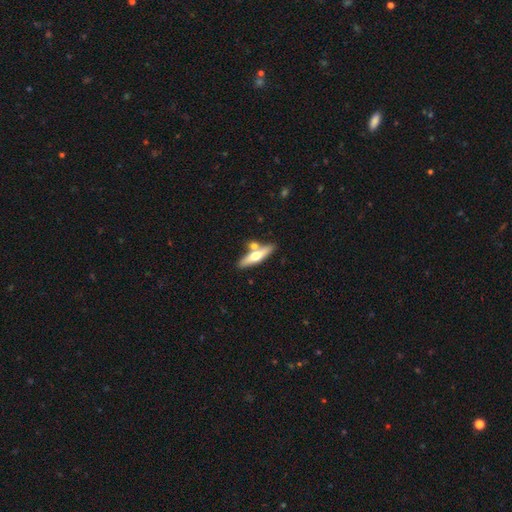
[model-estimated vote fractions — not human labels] A smooth galaxy with no disk features (47%, tied with featured or disk). Merging: none (65%).